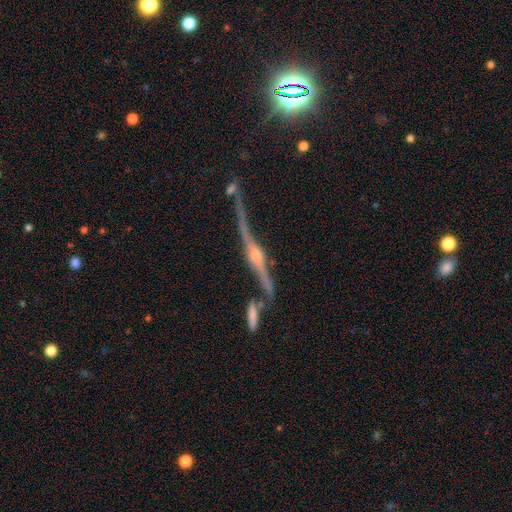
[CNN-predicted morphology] featured or disk 85%, star or artifact 10%, smooth 6%. Down the decision tree: edge-on disk — yes (90%); edge-on bulge — rounded (90%); merging — none (54%).